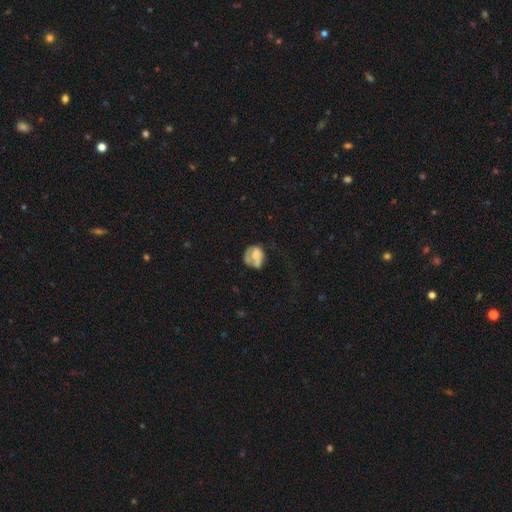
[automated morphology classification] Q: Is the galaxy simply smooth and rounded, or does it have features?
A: smooth — 54%.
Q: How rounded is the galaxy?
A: round — 58%.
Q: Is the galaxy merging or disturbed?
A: none — 34%.